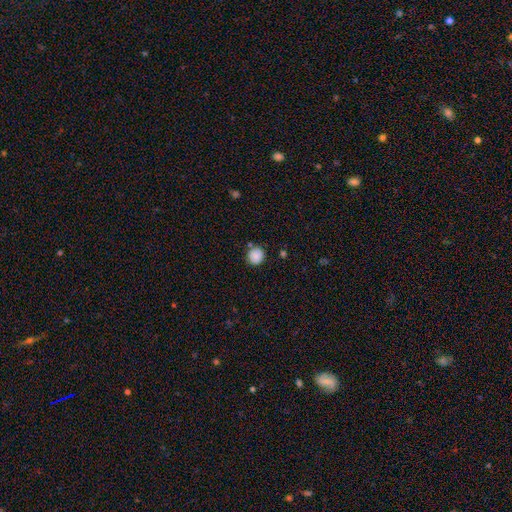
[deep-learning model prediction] This appears to be a smooth galaxy with no disk features (87%) that is round (90%). Merging: none (81%).